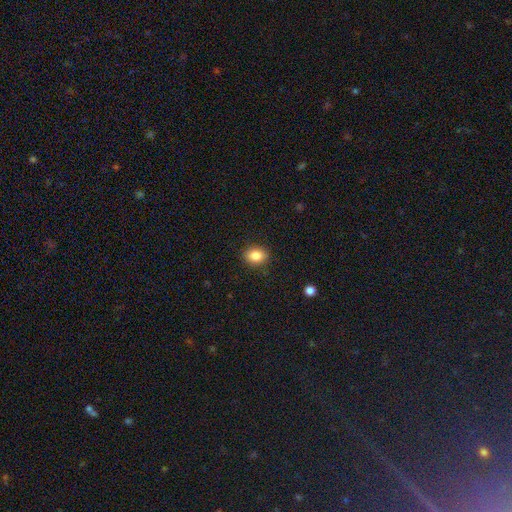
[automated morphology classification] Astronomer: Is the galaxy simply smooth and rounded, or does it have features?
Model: smooth — 86%.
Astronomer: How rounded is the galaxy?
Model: in between — 61% (runner-up: round, 38%).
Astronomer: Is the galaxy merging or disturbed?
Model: none — 88%.